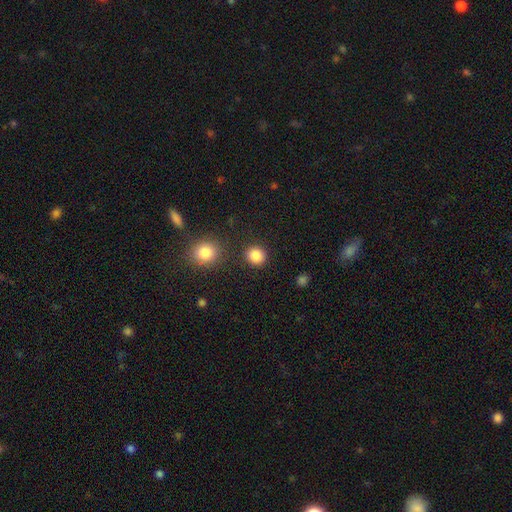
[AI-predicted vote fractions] Smooth or featured: smooth — 86% (star or artifact — 10%)
How rounded: round — 86% (in between — 13%)
Merging: none — 87% (minor disturbance — 6%)